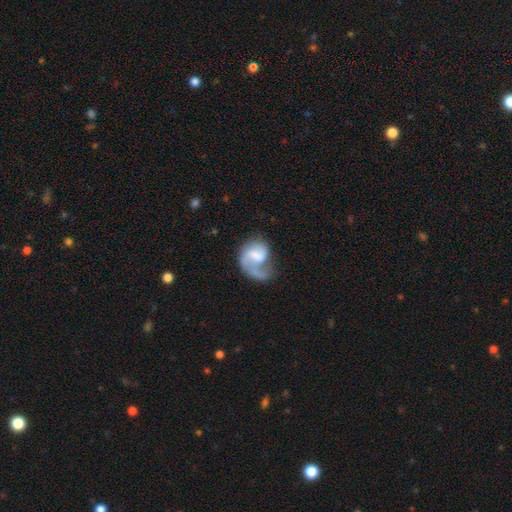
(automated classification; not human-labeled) The model was most divided on "bulge size": none: 32%, moderate: 27%, small: 26%, large: 12%, dominant: 3%. Remaining: edge-on disk — no (98%); spiral arms — yes (87%); smooth or featured — featured or disk (68%); spiral arm count — 1 (65%); spiral winding — loose (47%); bar — weak (47%); merging — major disturbance (42%).